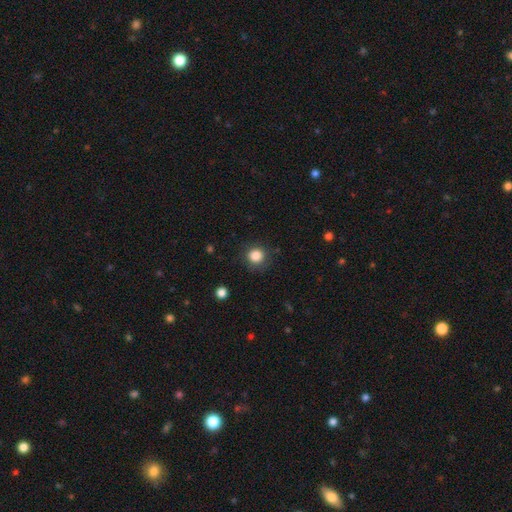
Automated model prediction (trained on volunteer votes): This is clearly a smooth galaxy (85%). How rounded: clearly round (90%). Merging: clearly none (85%).